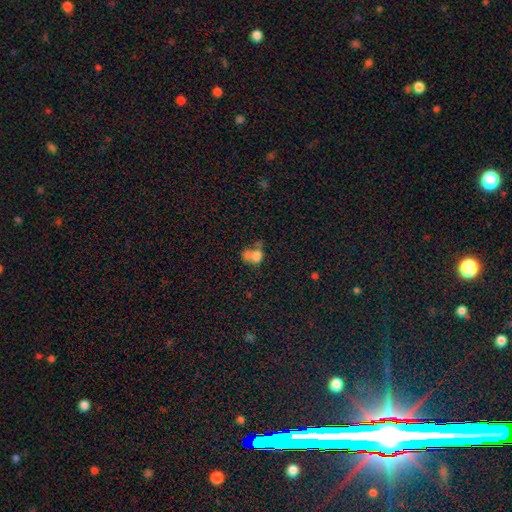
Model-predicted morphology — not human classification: smooth 69%, featured or disk 18%, star or artifact 13%. Down the decision tree: how rounded — in between (55%); merging — merger (53%).